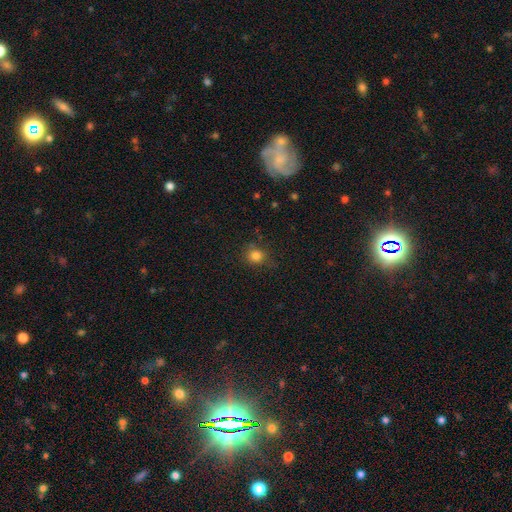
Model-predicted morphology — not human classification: Smooth or featured? smooth (81%)
How rounded? round (83%)
Merging? none (79%)